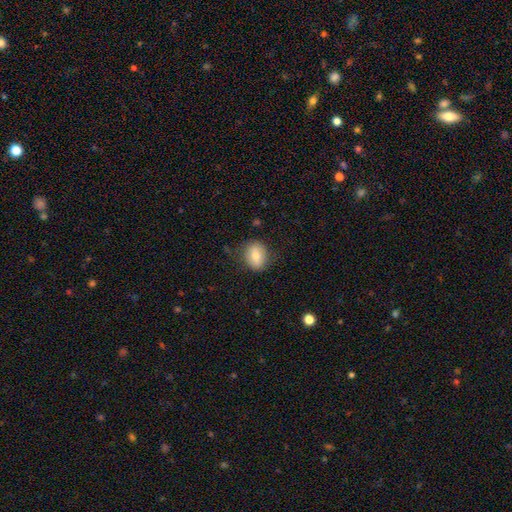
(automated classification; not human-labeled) smooth-or-featured: smooth: 74% | featured or disk: 17% | star or artifact: 8%
  how-rounded: round: 59% | in between: 40% | cigar-shaped: 1%
  merging: none: 81% | minor disturbance: 14% | major disturbance: 4% | merger: 1%